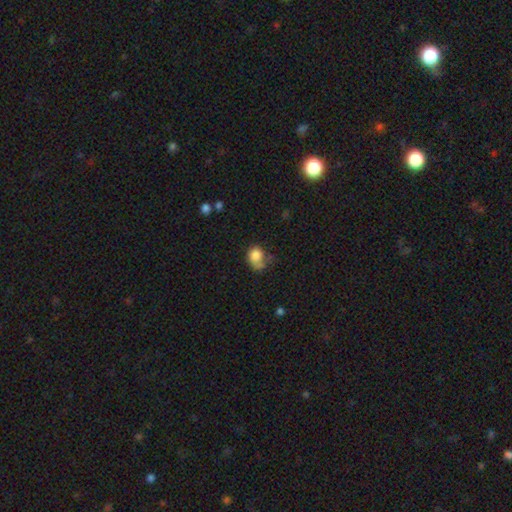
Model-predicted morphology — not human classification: A smooth galaxy with no disk features (80%) that is round (54%). Merging: none (36%).